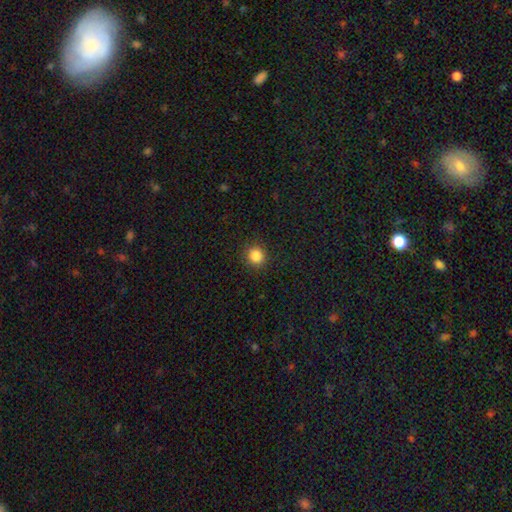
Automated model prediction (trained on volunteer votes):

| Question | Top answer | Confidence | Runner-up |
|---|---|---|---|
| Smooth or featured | smooth | 86% | star or artifact (11%) |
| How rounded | round | 88% | in between (11%) |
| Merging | none | 90% | minor disturbance (7%) |